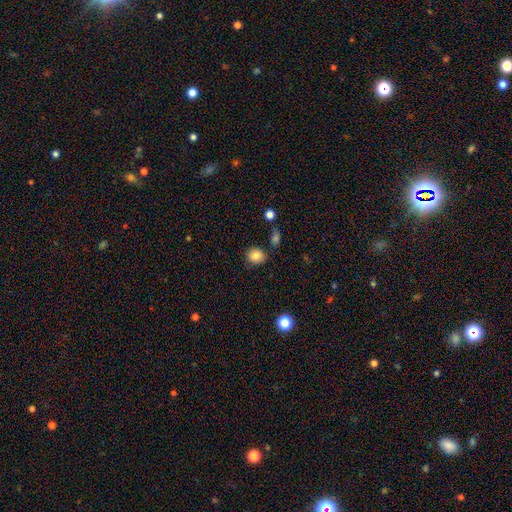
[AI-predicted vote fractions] Q: Smooth or featured?
A: smooth (84%); runner-up: star or artifact (10%)
Q: How rounded?
A: round (75%); runner-up: in between (24%)
Q: Merging?
A: none (81%); runner-up: minor disturbance (11%)